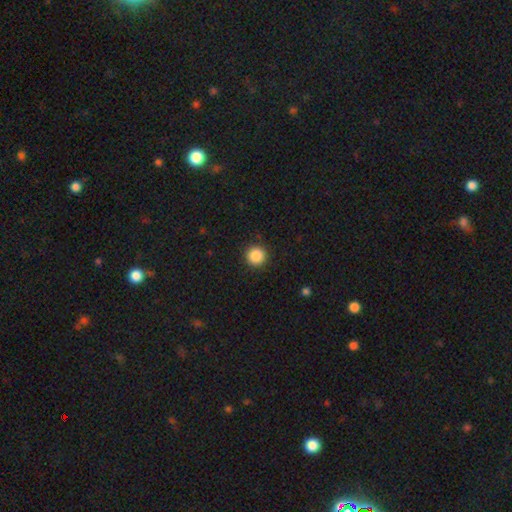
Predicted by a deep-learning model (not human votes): Smooth or featured: smooth — 87% (star or artifact — 9%)
How rounded: round — 96% (in between — 3%)
Merging: none — 92% (minor disturbance — 5%)